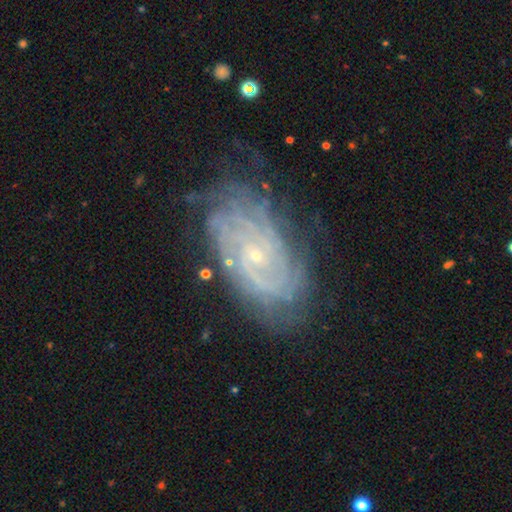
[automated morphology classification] type=featured or disk (86%); edge-on=no (96%); bar=no (71%); spiral arms=yes (96%); winding=tight (74%); arm count=can't tell (32%); bulge=small (86%); merging=none (71%).